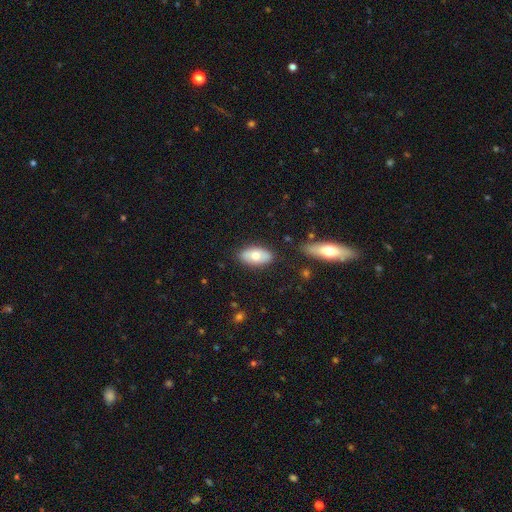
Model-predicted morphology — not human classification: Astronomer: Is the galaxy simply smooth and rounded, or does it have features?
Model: smooth — 69%.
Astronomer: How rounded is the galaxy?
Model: in between — 92%.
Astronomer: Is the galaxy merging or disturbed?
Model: none — 83%.